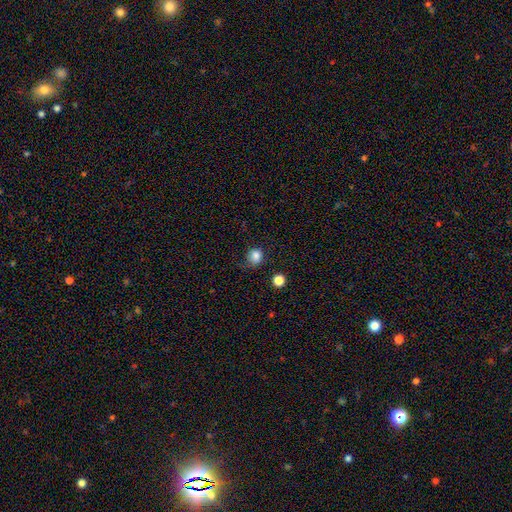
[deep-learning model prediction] This appears to be a smooth galaxy with no disk features (84%) that is round (82%). Merging: none (69%).